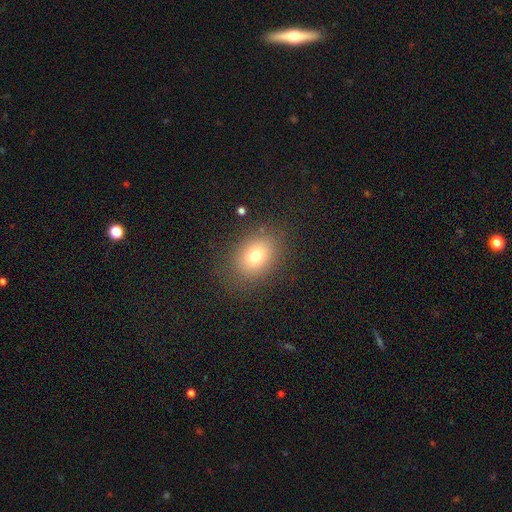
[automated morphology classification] Q: Smooth or featured?
A: smooth (74%); runner-up: star or artifact (14%)
Q: How rounded?
A: in between (56%); runner-up: round (44%)
Q: Merging?
A: none (83%); runner-up: minor disturbance (11%)